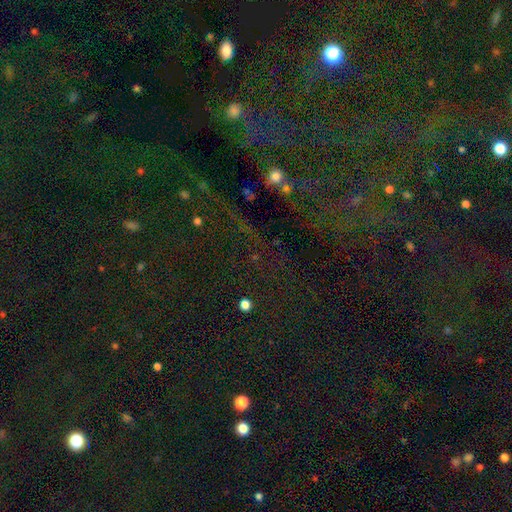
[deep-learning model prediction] Overall: star or artifact (81%).